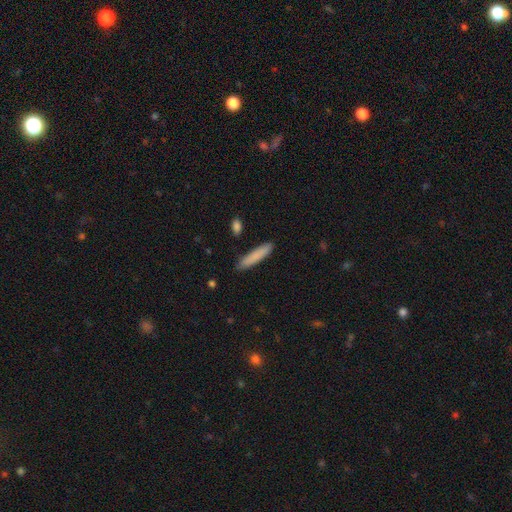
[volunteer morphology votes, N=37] Q: Smooth or featured?
A: smooth (89%); runner-up: featured or disk (8%)
Q: How rounded?
A: cigar-shaped (94%); runner-up: in between (6%)
Q: Merging?
A: none (81%); runner-up: minor disturbance (11%)